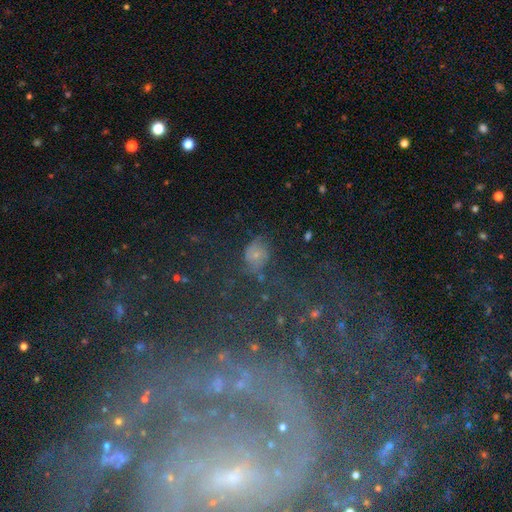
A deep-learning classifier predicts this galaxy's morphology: smooth_or_featured: smooth (p=0.39) [alt: star or artifact p=0.32]
merging: none (p=0.59) [alt: minor disturbance p=0.22]